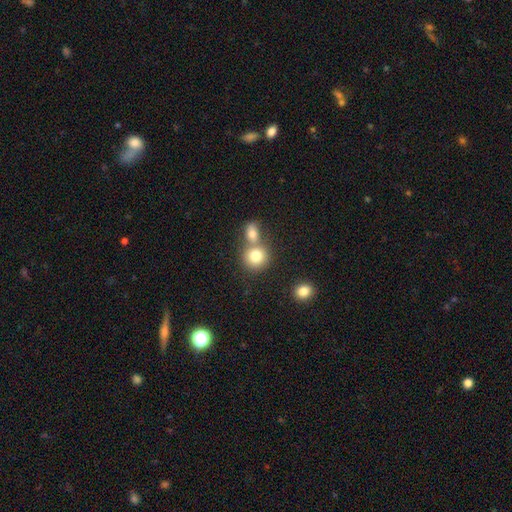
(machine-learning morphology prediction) This is clearly a smooth galaxy (80%). How rounded: clearly round (82%). Merging: possibly merger (46%).